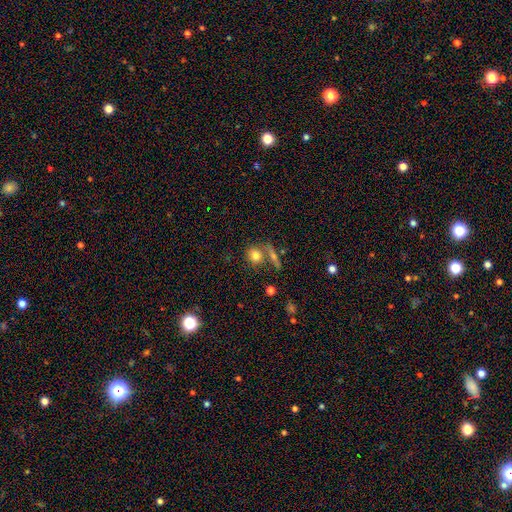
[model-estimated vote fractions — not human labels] The model was most divided on "merging": none: 60%, merger: 22%, minor disturbance: 12%, major disturbance: 5%. More confident: smooth or featured — smooth (78%); how rounded — round (75%).